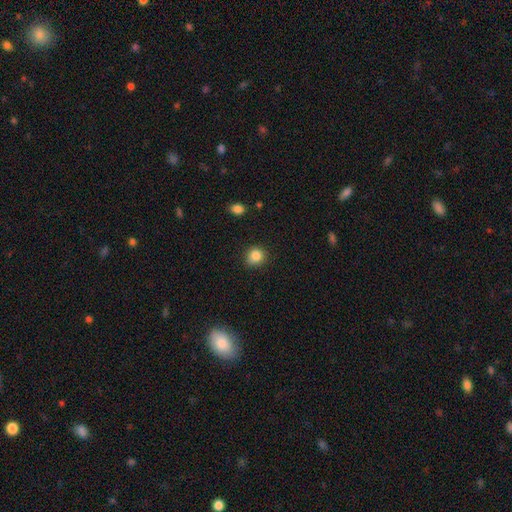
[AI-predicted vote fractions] smooth_or_featured: smooth (p=0.85) [alt: star or artifact p=0.10]
how_rounded: round (p=0.85) [alt: in between p=0.15]
merging: none (p=0.83) [alt: minor disturbance p=0.13]